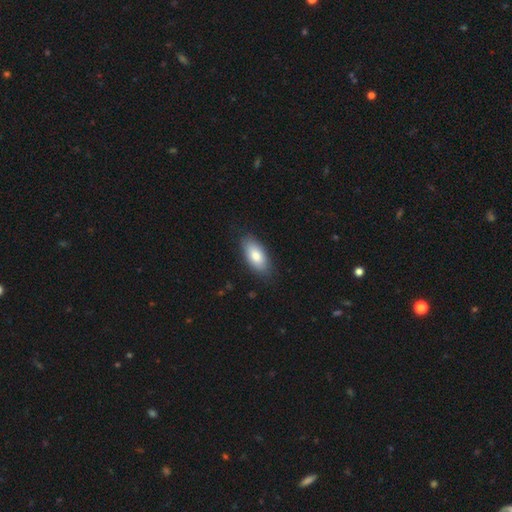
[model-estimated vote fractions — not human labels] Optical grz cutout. It shows a smooth galaxy with no disk features (81%) that is in between round and cigar-shaped (88%). Merging: none (84%).